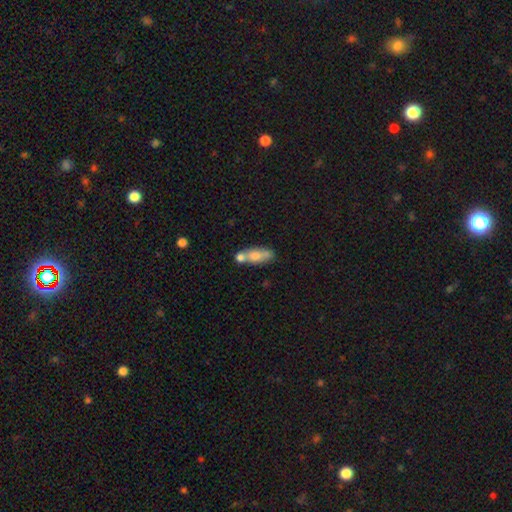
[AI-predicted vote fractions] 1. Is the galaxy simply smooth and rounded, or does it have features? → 69% smooth, 23% featured or disk, 8% star or artifact.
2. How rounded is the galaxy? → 71% in between, 24% cigar-shaped, 5% round.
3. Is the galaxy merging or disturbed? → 41% none, 37% merger, 16% minor disturbance, 6% major disturbance.